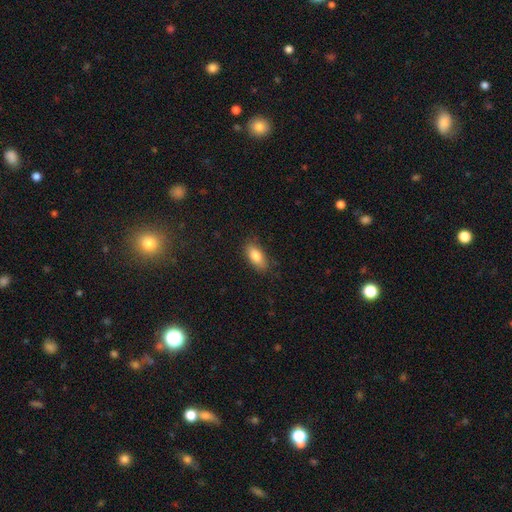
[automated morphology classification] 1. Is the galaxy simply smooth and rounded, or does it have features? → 82% smooth, 11% featured or disk, 7% star or artifact.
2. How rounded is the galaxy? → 84% in between, 12% cigar-shaped, 4% round.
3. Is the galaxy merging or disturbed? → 82% none, 14% minor disturbance, 3% major disturbance, 1% merger.